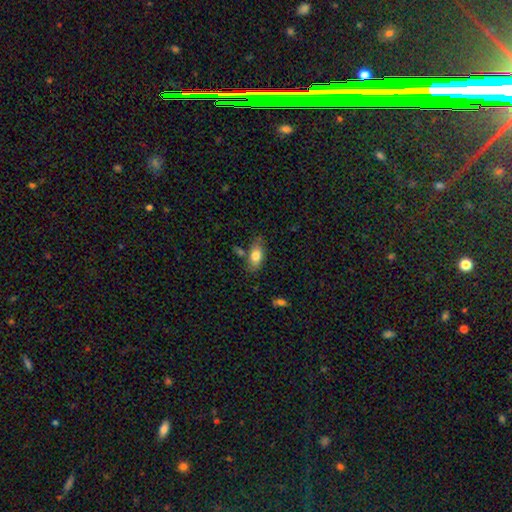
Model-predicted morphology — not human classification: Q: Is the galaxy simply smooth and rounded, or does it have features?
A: smooth — 77%.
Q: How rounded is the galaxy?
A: in between — 87%.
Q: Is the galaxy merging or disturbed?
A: none — 69%.